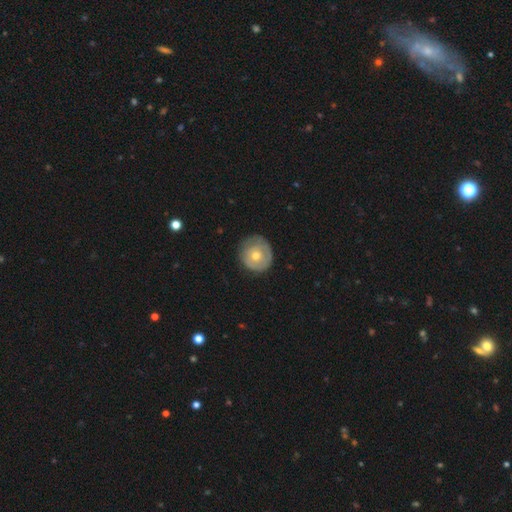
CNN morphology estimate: Q: Smooth or featured?
A: smooth (49%); runner-up: featured or disk (44%)
Q: Merging?
A: none (76%); runner-up: minor disturbance (18%)